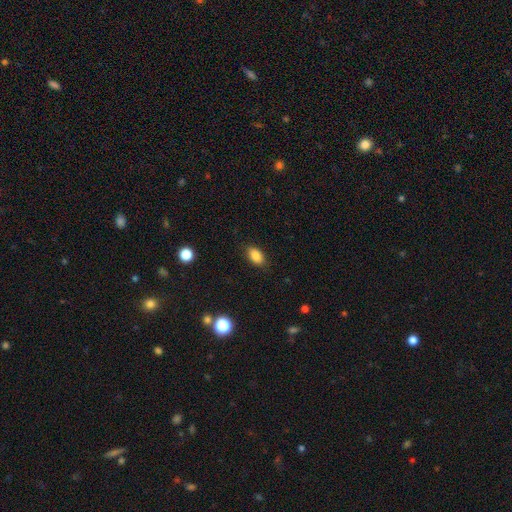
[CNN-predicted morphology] Smooth or featured: smooth — 87% (star or artifact — 9%)
How rounded: in between — 90% (round — 8%)
Merging: none — 85% (minor disturbance — 11%)